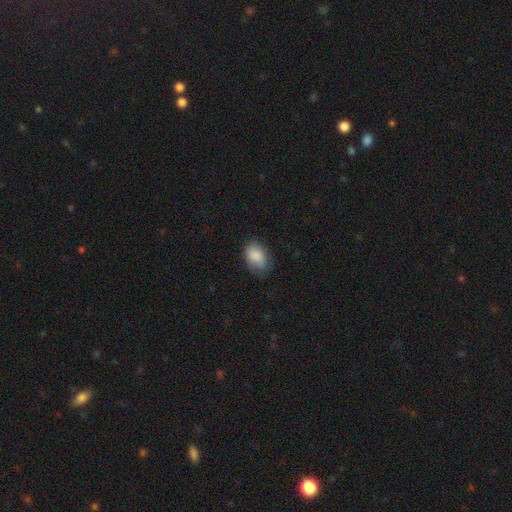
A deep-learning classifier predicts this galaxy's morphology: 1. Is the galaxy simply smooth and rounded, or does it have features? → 87% smooth, 7% star or artifact, 6% featured or disk.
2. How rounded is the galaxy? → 85% in between, 14% round, 1% cigar-shaped.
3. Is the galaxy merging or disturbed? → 72% none, 22% minor disturbance, 5% major disturbance, 1% merger.